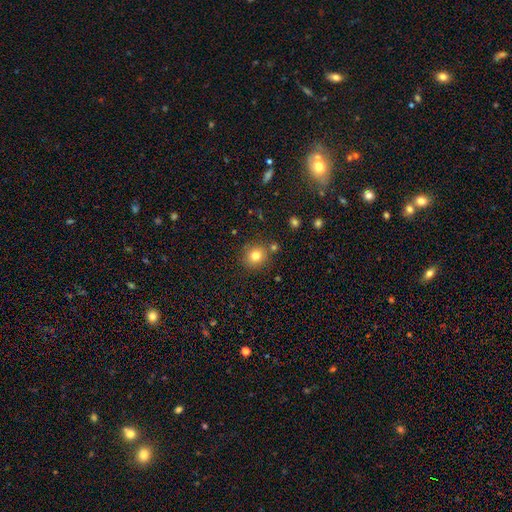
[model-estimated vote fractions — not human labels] Overall: smooth (80%). How rounded: round (87%). Merging: none (80%).